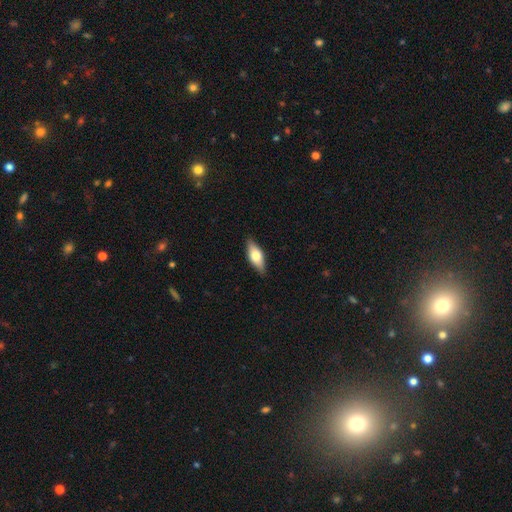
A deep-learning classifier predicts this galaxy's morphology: Smooth or featured? smooth (58%)
How rounded? in between (73%)
Merging? none (86%)